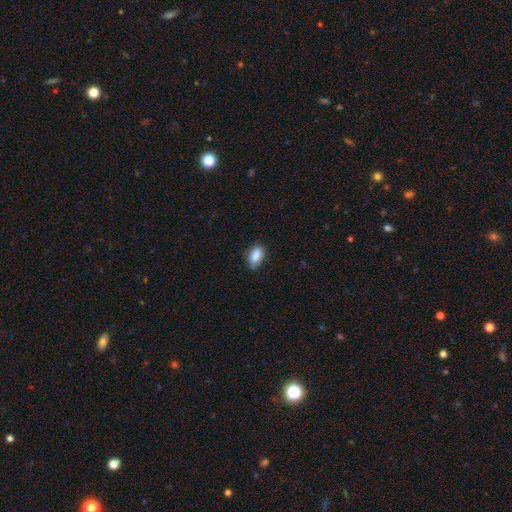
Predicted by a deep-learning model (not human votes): The model was most divided on "merging": none: 75%, minor disturbance: 21%, major disturbance: 3%, merger: 1%. More confident: how rounded — in between (88%); smooth or featured — smooth (85%).